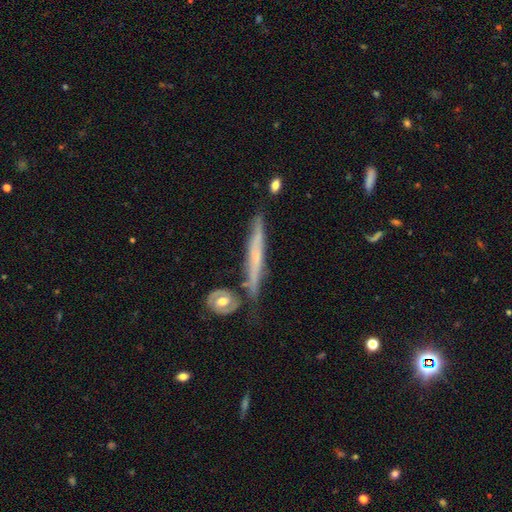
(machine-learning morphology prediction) Overall: featured or disk (56%; smooth 37%). Edge-on disk: yes (89%). Edge-on bulge: none (70%). Merging: none (75%).